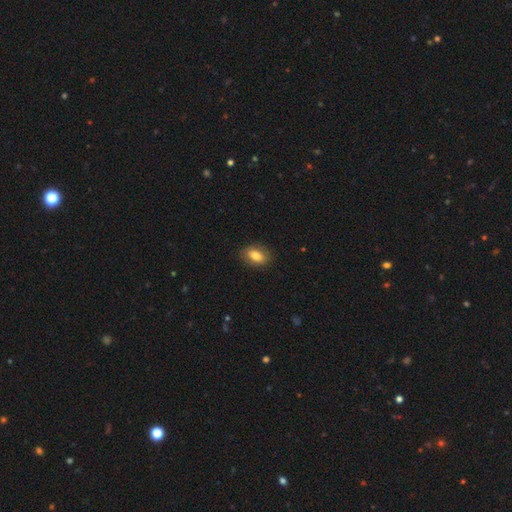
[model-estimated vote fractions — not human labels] The model was most divided on "smooth or featured": smooth: 80%, featured or disk: 12%, star or artifact: 8%. More confident: merging — none (86%); how rounded — in between (84%).